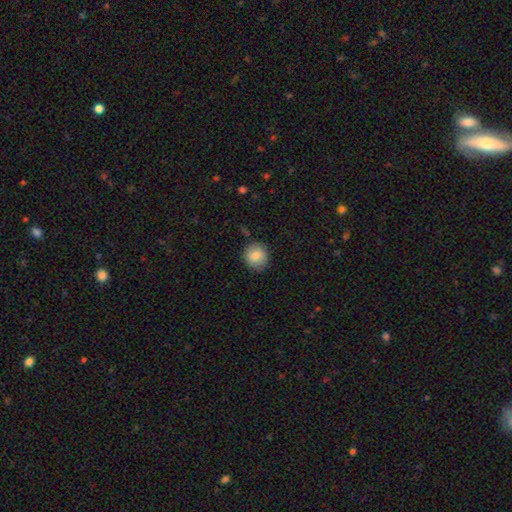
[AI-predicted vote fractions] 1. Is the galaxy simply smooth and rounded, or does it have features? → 83% smooth, 9% featured or disk, 8% star or artifact.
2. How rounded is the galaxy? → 89% round, 10% in between, 1% cigar-shaped.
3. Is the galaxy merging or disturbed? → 85% none, 11% minor disturbance, 3% major disturbance, 2% merger.